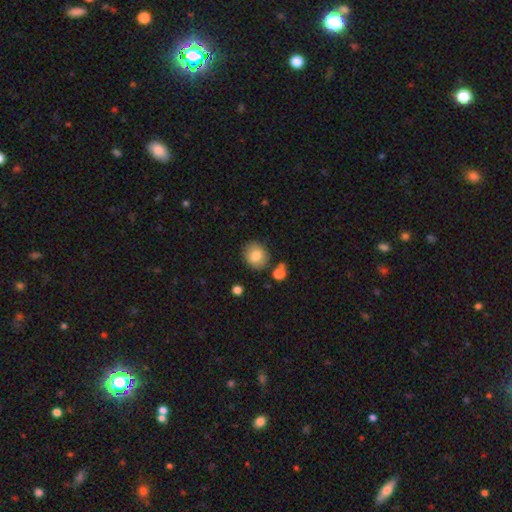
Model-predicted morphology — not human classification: Overall: smooth (81%). How rounded: round (78%). Merging: none (81%).